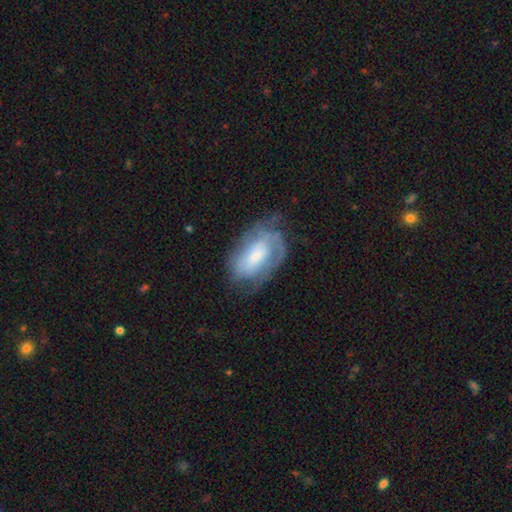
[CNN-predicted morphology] smooth_or_featured: featured or disk (p=0.63) [alt: smooth p=0.29]
disk_edge_on: no (p=0.95) [alt: yes p=0.05]
bar: no (p=0.48) [alt: weak p=0.38]
has_spiral_arms: yes (p=0.78) [alt: no p=0.22]
bulge_size: small (p=0.42) [alt: moderate p=0.34]
merging: none (p=0.52) [alt: minor disturbance p=0.27]